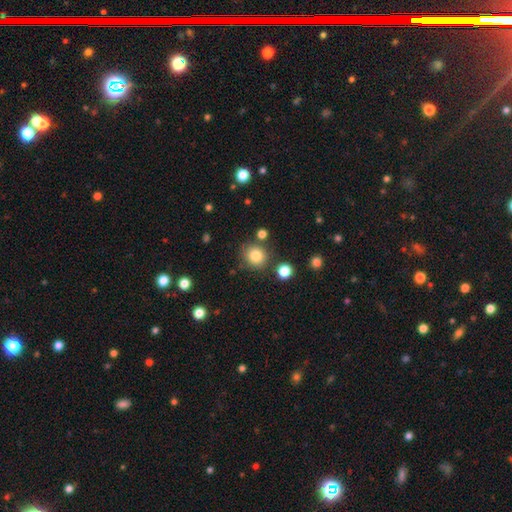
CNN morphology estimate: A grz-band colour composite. It shows a smooth galaxy with no disk features (82%) that is round (87%). Merging: none (80%).